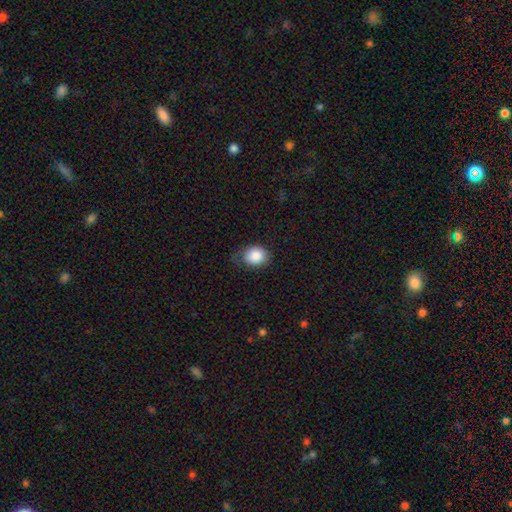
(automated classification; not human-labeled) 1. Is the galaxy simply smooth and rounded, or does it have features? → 85% smooth, 8% star or artifact, 7% featured or disk.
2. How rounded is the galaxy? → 60% round, 39% in between, 1% cigar-shaped.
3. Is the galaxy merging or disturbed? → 62% none, 27% minor disturbance, 10% major disturbance, 1% merger.